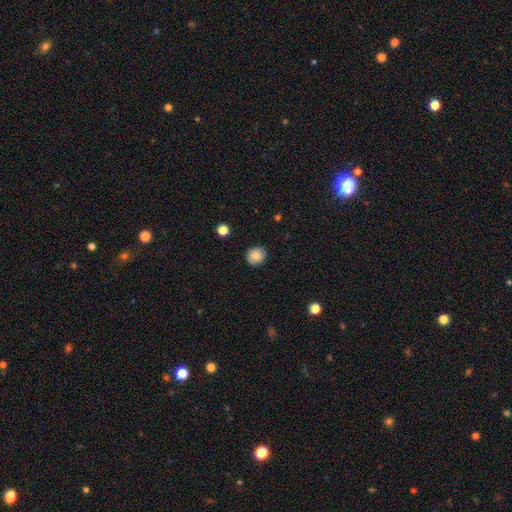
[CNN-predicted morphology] A smooth galaxy with no disk features (79%) that is round (88%).

Vote fractions:
- Smooth or featured? smooth: 79% / featured or disk: 12% / star or artifact: 9%
- How rounded? round: 88% / in between: 11% / cigar-shaped: 1%
- Merging? none: 86% / minor disturbance: 10% / major disturbance: 2% / merger: 1%